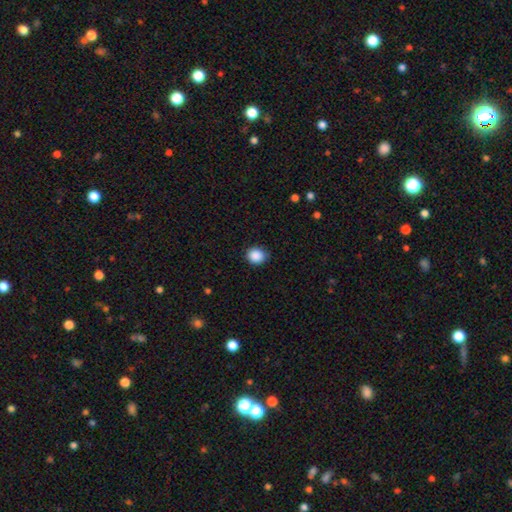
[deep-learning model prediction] The model was most divided on "how rounded": round: 76%, in between: 23%, cigar-shaped: 1%. More confident: smooth or featured — smooth (89%); merging — none (85%).